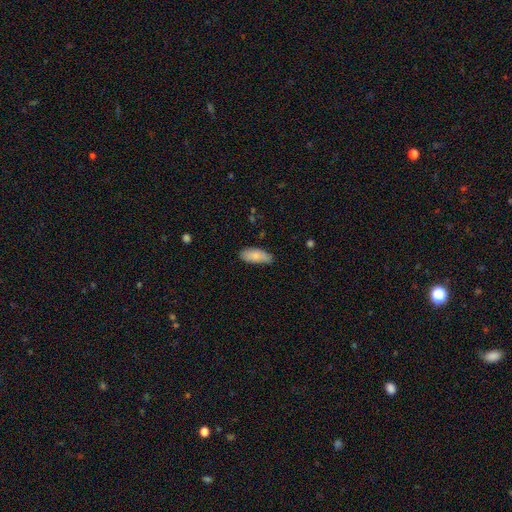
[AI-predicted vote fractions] Smooth or featured? Predicted: smooth (p=0.81). How rounded? Predicted: in between (p=0.87). Merging? Predicted: none (p=0.65).